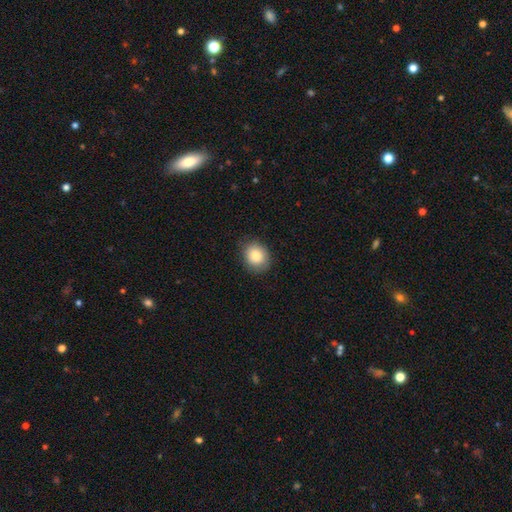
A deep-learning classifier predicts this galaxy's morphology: Smooth or featured?
  - smooth: 83% *
  - featured or disk: 9%
  - star or artifact: 8%
How rounded?
  - round: 61% *
  - in between: 38%
  - cigar-shaped: 1%
Merging?
  - none: 84% *
  - minor disturbance: 12%
  - major disturbance: 3%
  - merger: 1%